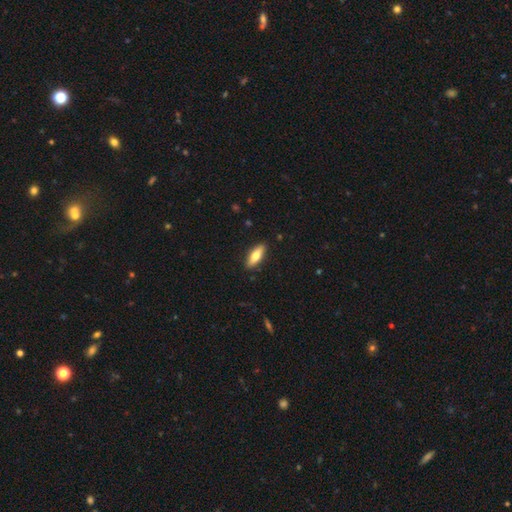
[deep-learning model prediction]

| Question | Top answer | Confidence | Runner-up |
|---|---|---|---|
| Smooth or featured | smooth | 66% | featured or disk (28%) |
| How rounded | in between | 57% | cigar-shaped (41%) |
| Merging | none | 89% | minor disturbance (8%) |